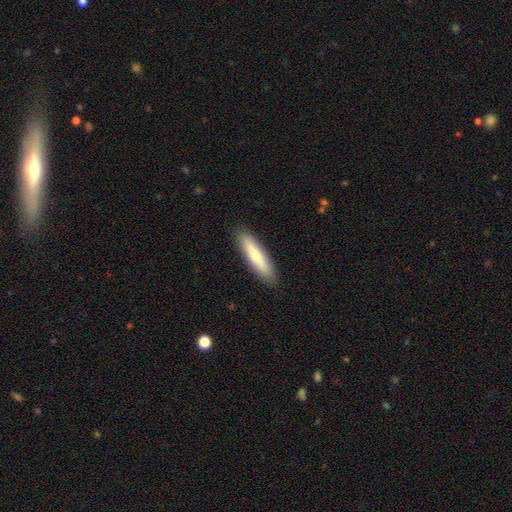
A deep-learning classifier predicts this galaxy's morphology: A smooth galaxy with no disk features (68%) that is cigar-shaped (83%).

Vote fractions:
- Smooth or featured? smooth: 68% / featured or disk: 27% / star or artifact: 5%
- How rounded? cigar-shaped: 83% / in between: 16% / round: 1%
- Merging? none: 90% / minor disturbance: 8% / major disturbance: 2% / merger: 1%